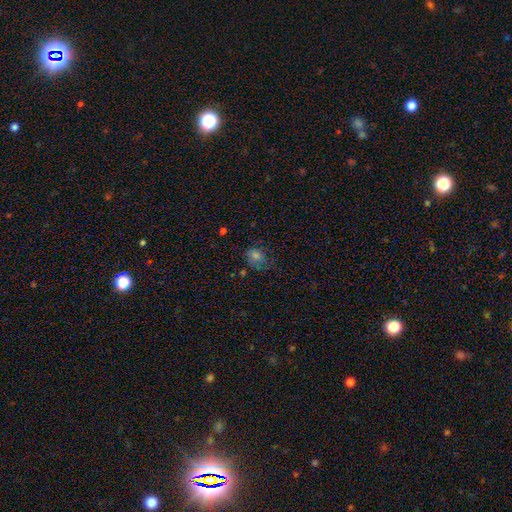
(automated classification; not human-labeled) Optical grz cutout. It shows a smooth galaxy with no disk features (61%) that is round (52%). Merging: none (58%).